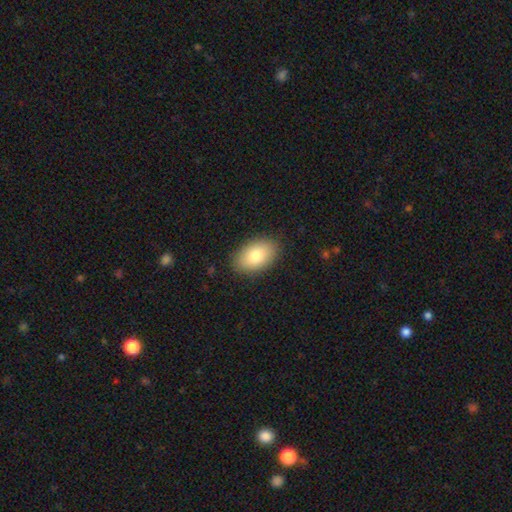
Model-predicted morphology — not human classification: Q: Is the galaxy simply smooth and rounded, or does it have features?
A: smooth — 80%.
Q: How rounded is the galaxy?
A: in between — 91%.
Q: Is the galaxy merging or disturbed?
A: none — 87%.